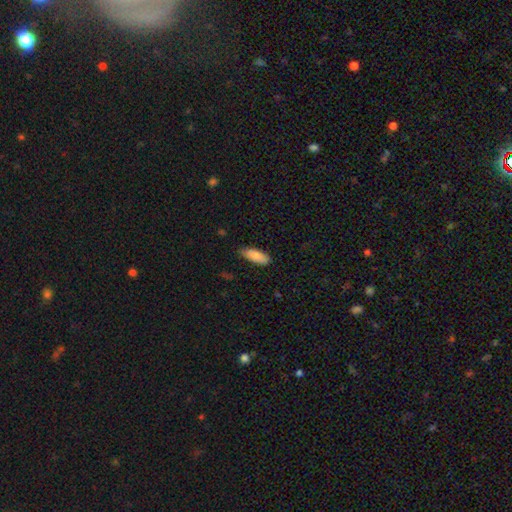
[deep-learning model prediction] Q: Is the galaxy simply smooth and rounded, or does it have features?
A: smooth — 86%.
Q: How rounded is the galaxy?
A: in between — 75%.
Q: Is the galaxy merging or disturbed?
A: none — 80%.